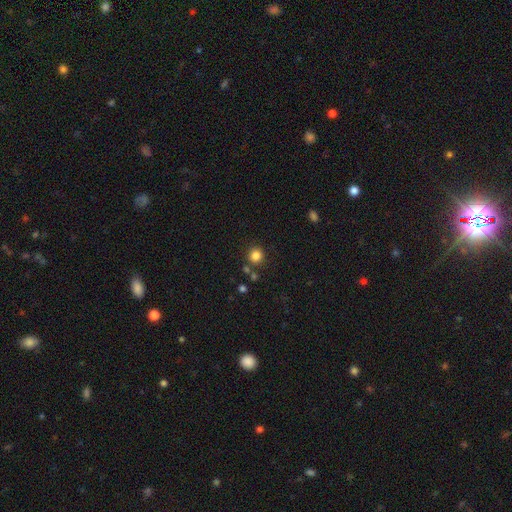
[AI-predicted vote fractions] smooth_or_featured: smooth (p=0.84) [alt: star or artifact p=0.12]
how_rounded: round (p=0.92) [alt: in between p=0.07]
merging: none (p=0.82) [alt: minor disturbance p=0.08]